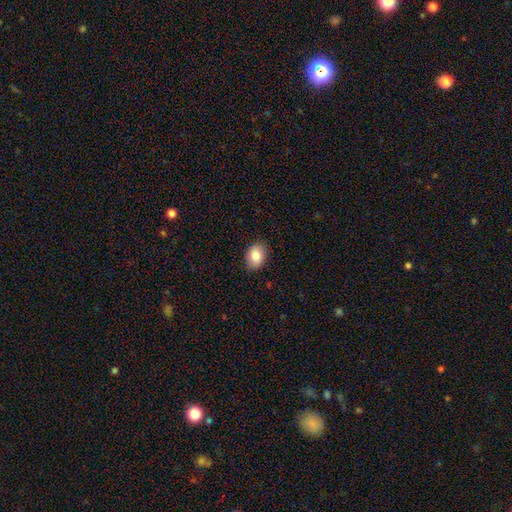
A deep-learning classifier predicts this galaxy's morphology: smooth_or_featured: smooth (p=0.85) [alt: star or artifact p=0.08]
how_rounded: in between (p=0.71) [alt: round p=0.28]
merging: none (p=0.88) [alt: minor disturbance p=0.09]